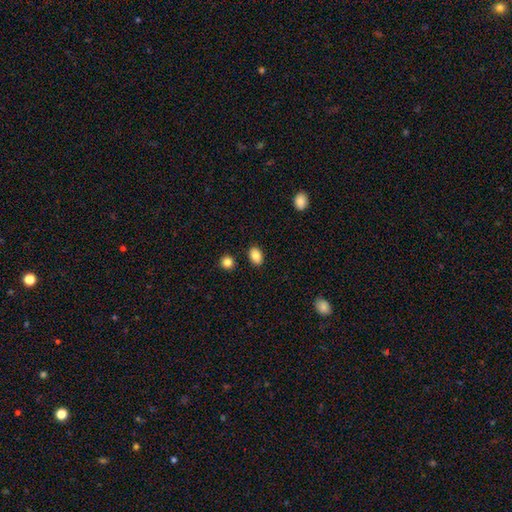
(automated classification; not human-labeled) Q: Smooth or featured?
A: smooth (87%); runner-up: star or artifact (8%)
Q: How rounded?
A: in between (81%); runner-up: round (18%)
Q: Merging?
A: none (87%); runner-up: minor disturbance (8%)